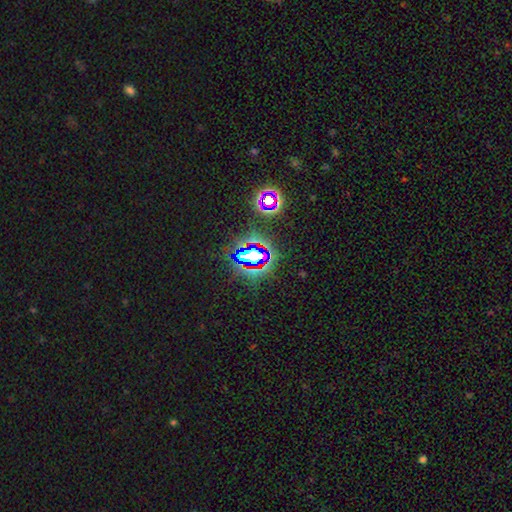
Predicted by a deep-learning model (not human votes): A star or artifact, not a galaxy (70%).

Vote fractions:
- Smooth or featured? star or artifact: 70% / smooth: 18% / featured or disk: 12%